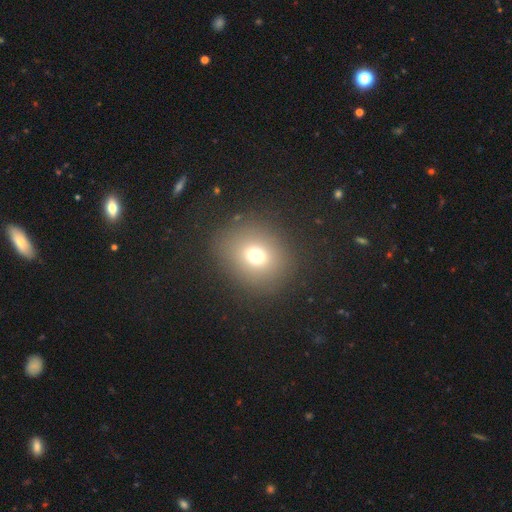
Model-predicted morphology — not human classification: The model was most divided on "how rounded": round: 74%, in between: 25%, cigar-shaped: 1%. More confident: merging — none (86%); smooth or featured — smooth (71%).